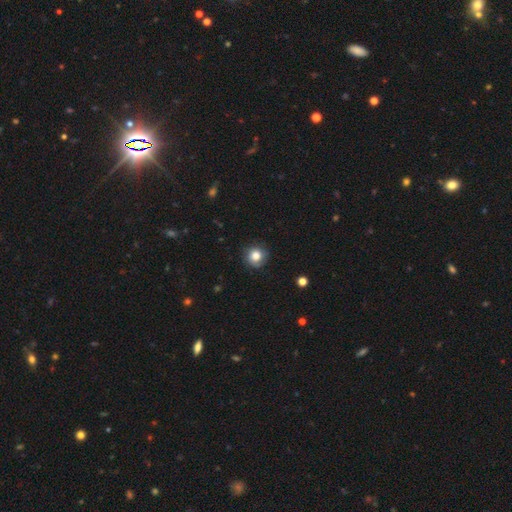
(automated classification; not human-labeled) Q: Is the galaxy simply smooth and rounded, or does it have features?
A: smooth — 81%.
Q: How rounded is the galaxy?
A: round — 90%.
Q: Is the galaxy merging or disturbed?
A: none — 80%.